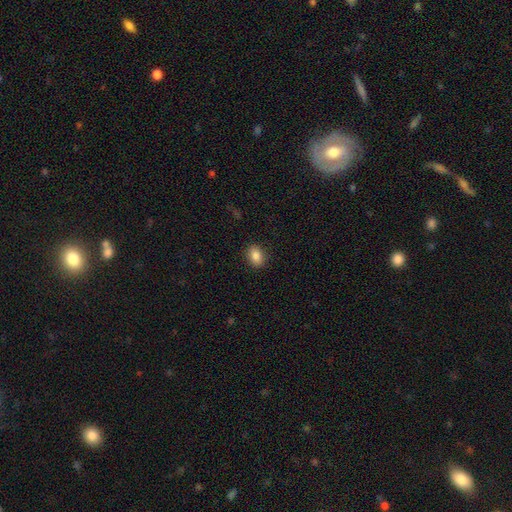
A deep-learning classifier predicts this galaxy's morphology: This is clearly a smooth galaxy (86%). How rounded: likely in between (71%). Merging: clearly none (88%).